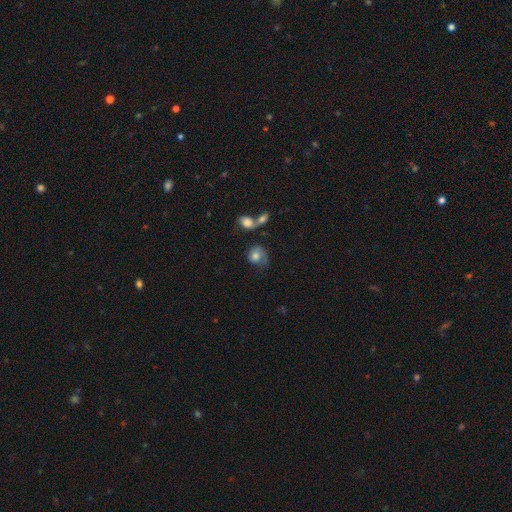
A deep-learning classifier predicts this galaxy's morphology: Smooth or featured? smooth (61%)
How rounded? round (62%)
Merging? none (33%)